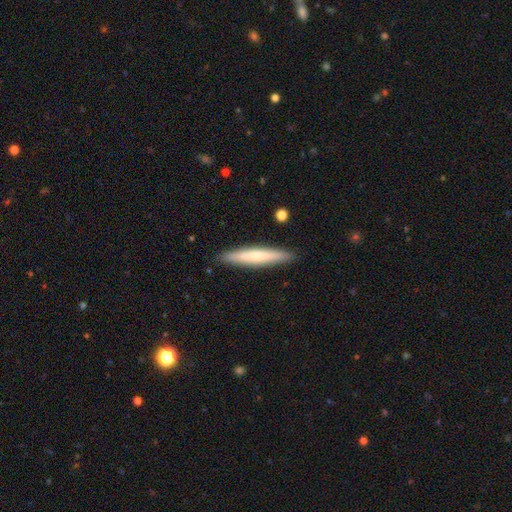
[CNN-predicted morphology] This is possibly a smooth galaxy (56%). How rounded: clearly cigar-shaped (95%). Merging: clearly none (90%).